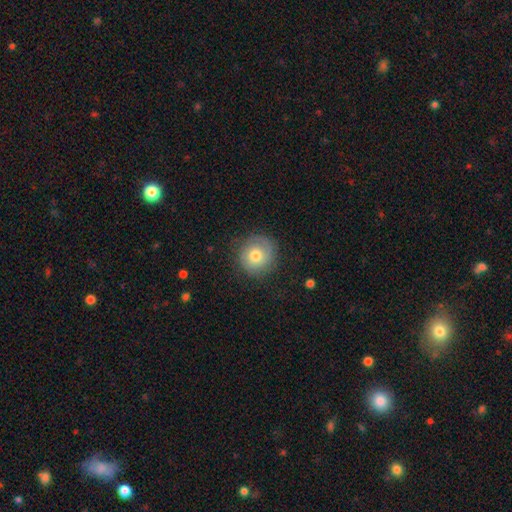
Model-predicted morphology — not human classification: smooth_or_featured: smooth (p=0.58) [alt: featured or disk p=0.33]
how_rounded: round (p=0.93) [alt: in between p=0.06]
merging: none (p=0.79) [alt: minor disturbance p=0.14]